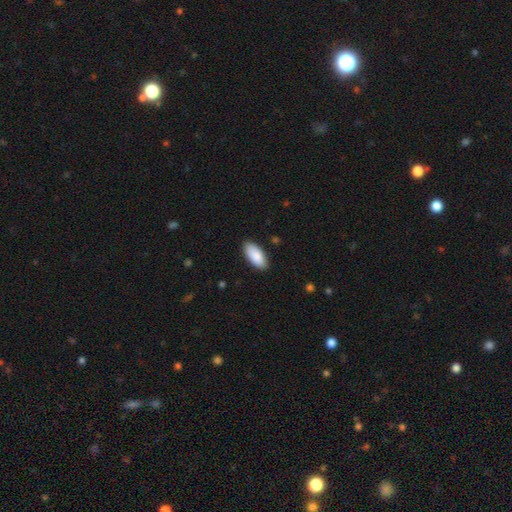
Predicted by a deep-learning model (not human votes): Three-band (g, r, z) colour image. It shows a smooth galaxy with no disk features (90%) that is in between round and cigar-shaped (91%). Merging: none (88%).